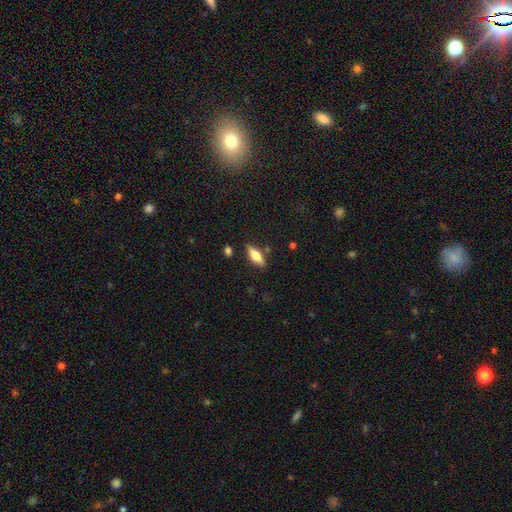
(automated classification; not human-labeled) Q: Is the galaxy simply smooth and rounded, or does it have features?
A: smooth — 56%.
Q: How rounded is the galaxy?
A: in between — 59%.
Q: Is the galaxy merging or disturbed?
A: none — 83%.